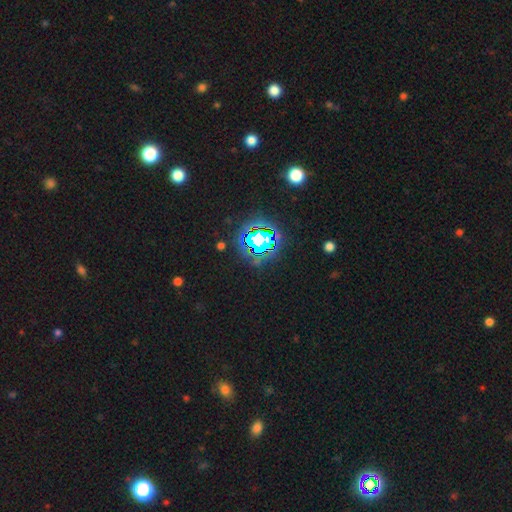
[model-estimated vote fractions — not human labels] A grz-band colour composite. It shows a star or artifact, not a galaxy (82%).